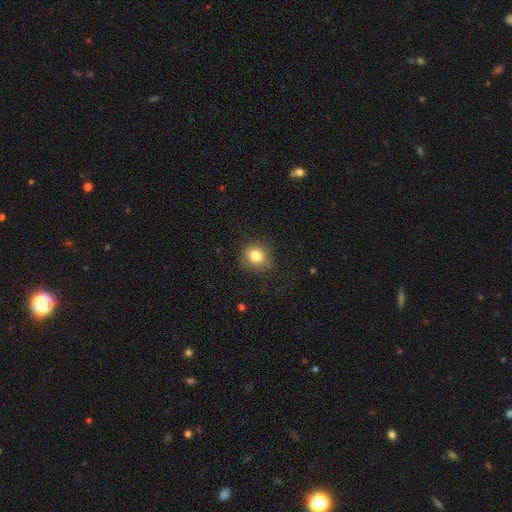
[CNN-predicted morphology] A smooth galaxy with no disk features (82%) that is round (64%).

Vote fractions:
- Smooth or featured? smooth: 82% / star or artifact: 11% / featured or disk: 8%
- How rounded? round: 64% / in between: 35% / cigar-shaped: 1%
- Merging? none: 77% / minor disturbance: 17% / major disturbance: 5% / merger: 1%